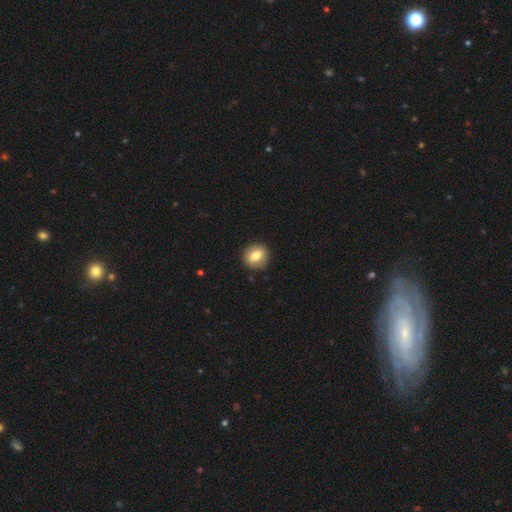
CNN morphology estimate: The model was most divided on "how rounded": round: 77%, in between: 22%, cigar-shaped: 1%. More confident: merging — none (88%); smooth or featured — smooth (74%).